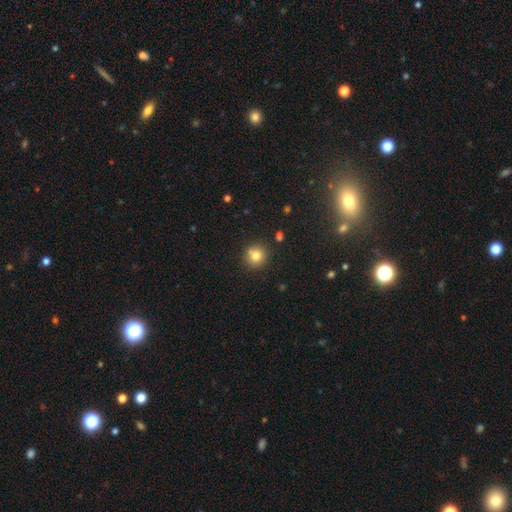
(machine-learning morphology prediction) Overall: smooth (79%). How rounded: round (91%). Merging: none (78%).